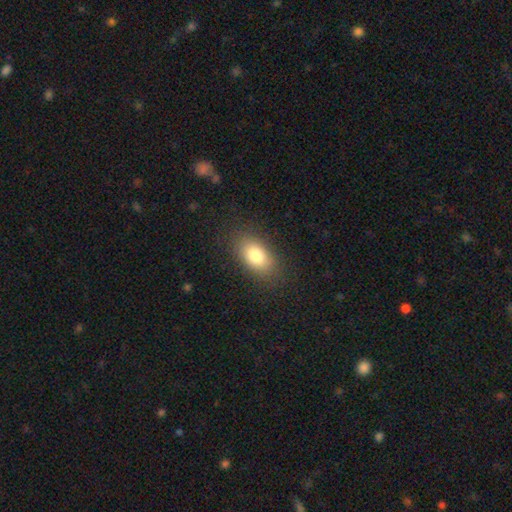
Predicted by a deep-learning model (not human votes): smooth 80%, featured or disk 12%, star or artifact 9%. Down the decision tree: how rounded — in between (88%); merging — none (84%).